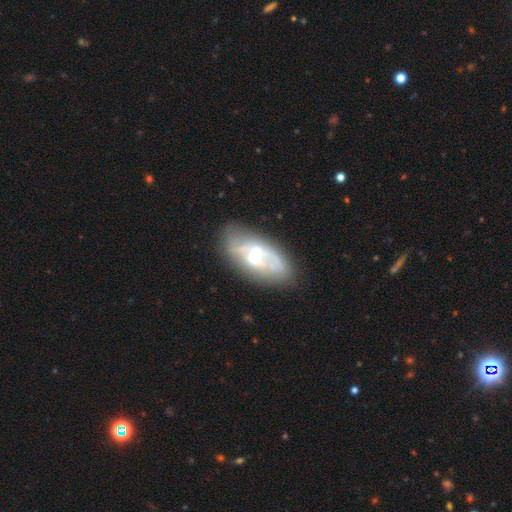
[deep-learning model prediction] Overall: featured or disk (66%). Edge-on disk: no (88%). Bar: weak (40%; no 35%). Spiral arms: no (52%; yes 48%). Bulge size: moderate (61%). Merging: none (64%).